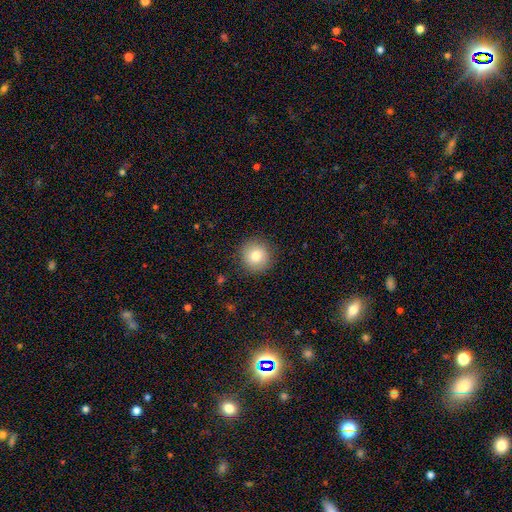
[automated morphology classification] A smooth galaxy with no disk features (80%) that is round (93%).

Vote fractions:
- Smooth or featured? smooth: 80% / featured or disk: 10% / star or artifact: 10%
- How rounded? round: 93% / in between: 6% / cigar-shaped: 1%
- Merging? none: 89% / minor disturbance: 7% / major disturbance: 2% / merger: 1%